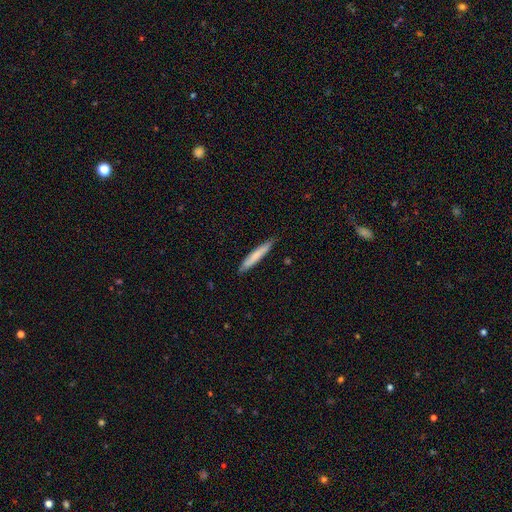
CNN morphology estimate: A smooth galaxy with no disk features (74%) that is cigar-shaped (95%). Merging: none (87%).